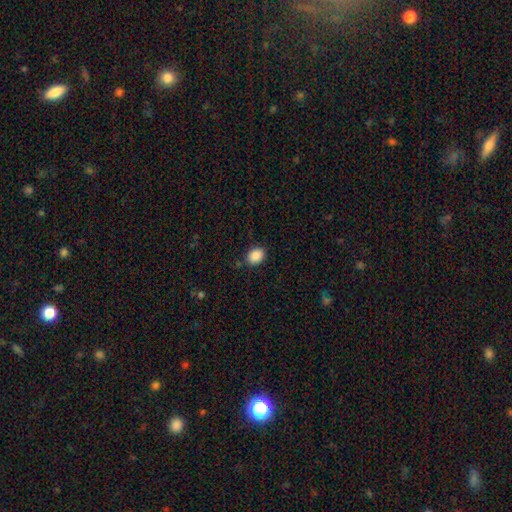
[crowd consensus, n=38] This is clearly a smooth galaxy (87%). How rounded: likely in between (70%). Merging: clearly none (86%).